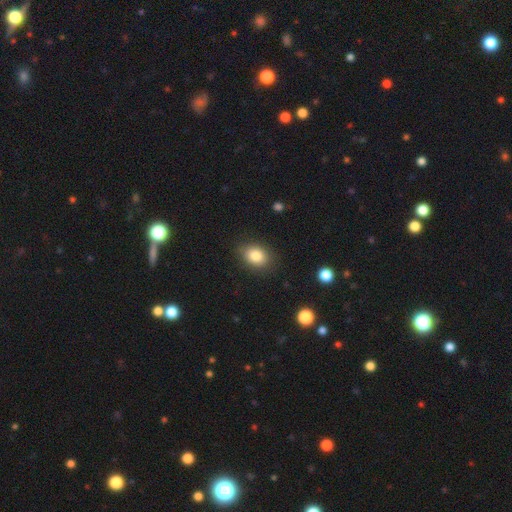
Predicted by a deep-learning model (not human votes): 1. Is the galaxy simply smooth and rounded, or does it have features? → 84% smooth, 9% star or artifact, 7% featured or disk.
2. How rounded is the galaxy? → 65% in between, 34% round, 1% cigar-shaped.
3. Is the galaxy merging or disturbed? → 84% none, 12% minor disturbance, 3% major disturbance, 1% merger.